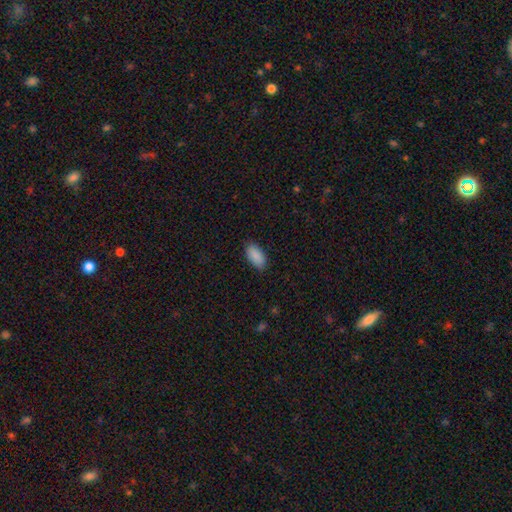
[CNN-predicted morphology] smooth 90%, star or artifact 6%, featured or disk 4%. Down the decision tree: how rounded — in between (94%); merging — none (86%).